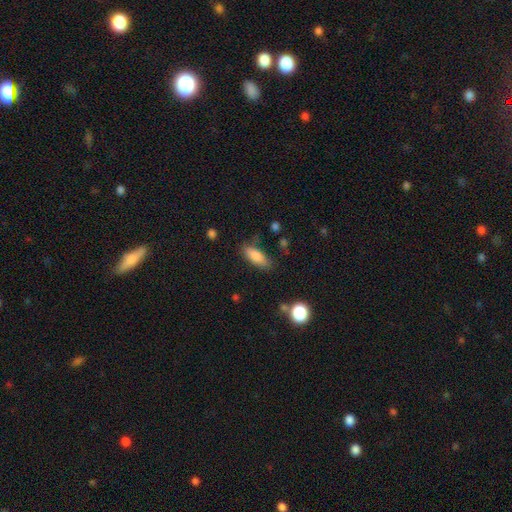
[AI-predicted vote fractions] Morphology: type=smooth (82%); roundness=in between (70%); merging=none (77%).